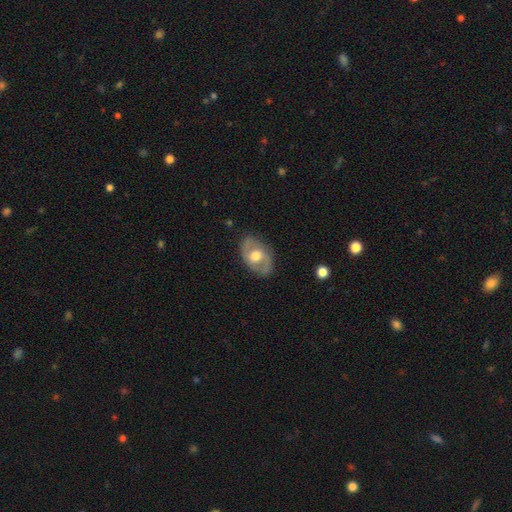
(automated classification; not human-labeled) smooth-or-featured: featured or disk: 65% | smooth: 29% | star or artifact: 5%
  disk-edge-on: no: 93% | yes: 7%
    bar: no: 59% | weak: 33% | strong: 8%
    has-spiral-arms: yes: 66% | no: 34%
    bulge-size: moderate: 68% | large: 22% | small: 7% | dominant: 1% | none: 1%
  merging: none: 79% | minor disturbance: 15% | major disturbance: 5% | merger: 1%